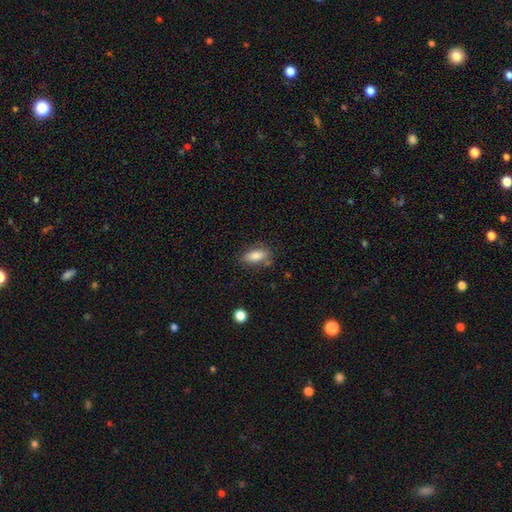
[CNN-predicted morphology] This is clearly a smooth galaxy (83%). How rounded: clearly in between (83%). Merging: likely none (74%).